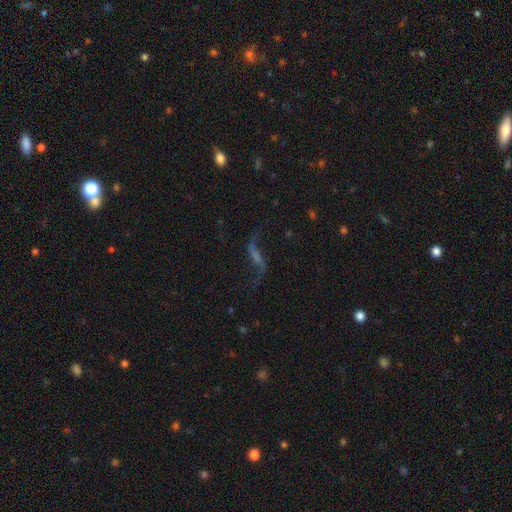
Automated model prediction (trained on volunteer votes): Smooth or featured: featured or disk — 78% (star or artifact — 13%)
Edge-on disk: no — 89% (yes — 11%)
Bar: weak — 39% (strong — 32%)
Spiral arms: yes — 94% (no — 6%)
Spiral winding: loose — 92% (medium — 6%)
Spiral arm count: 2 — 92% (1 — 3%)
Bulge size: none — 48% (small — 31%)
Merging: none — 74% (minor disturbance — 13%)